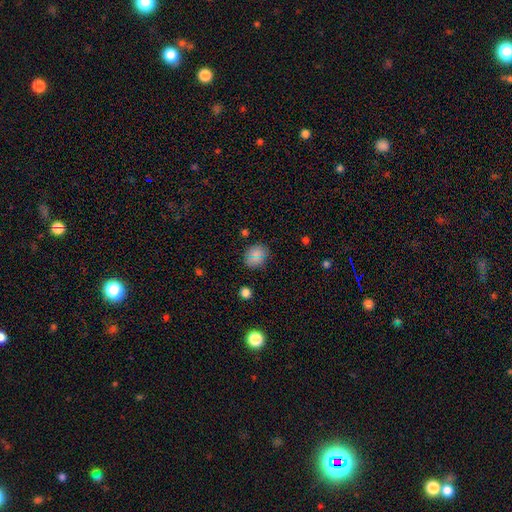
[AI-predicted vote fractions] Overall: smooth (80%). How rounded: round (55%; in between 44%). Merging: none (78%).